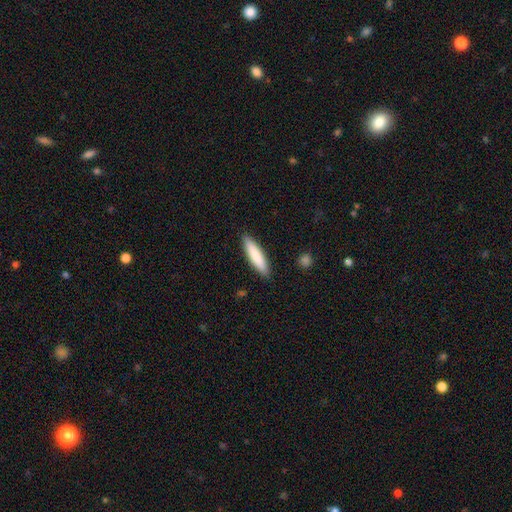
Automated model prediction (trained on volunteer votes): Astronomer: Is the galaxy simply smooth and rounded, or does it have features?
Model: smooth — 83%.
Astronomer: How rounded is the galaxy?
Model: cigar-shaped — 80%.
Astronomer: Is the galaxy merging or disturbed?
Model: none — 89%.